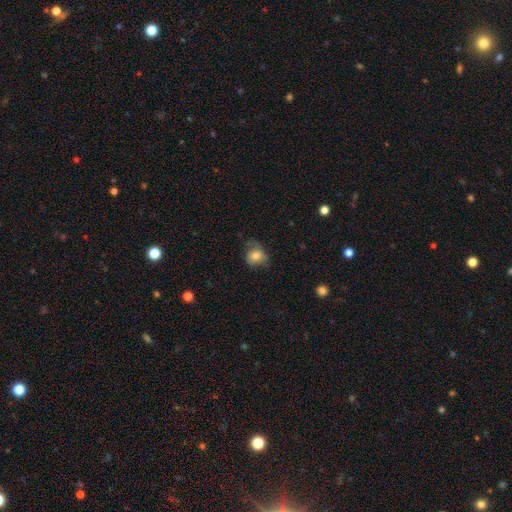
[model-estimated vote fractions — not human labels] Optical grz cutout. It shows a smooth galaxy with no disk features (72%) that is round (57%). Merging: none (49%).